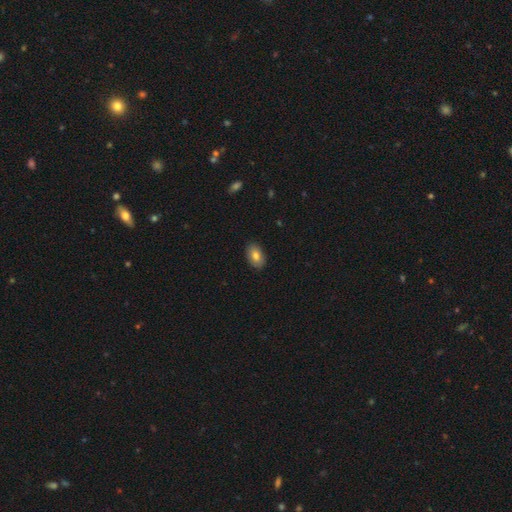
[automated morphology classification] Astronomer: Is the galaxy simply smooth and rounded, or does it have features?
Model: smooth — 80%.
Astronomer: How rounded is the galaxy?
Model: in between — 90%.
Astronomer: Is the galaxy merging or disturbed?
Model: none — 88%.